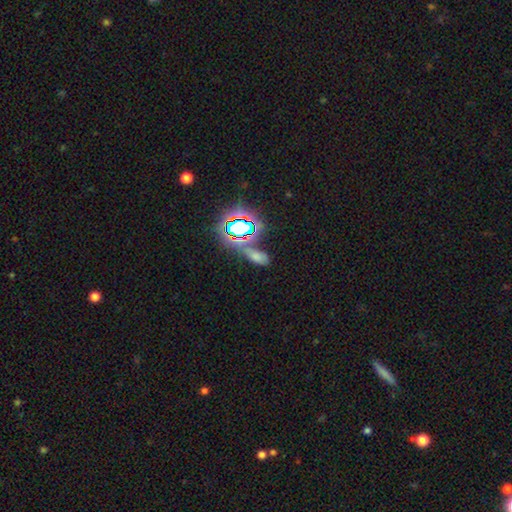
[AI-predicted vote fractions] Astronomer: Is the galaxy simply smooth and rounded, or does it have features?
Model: smooth — 50% (runner-up: star or artifact, 38%).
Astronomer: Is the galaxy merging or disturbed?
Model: none — 55%.